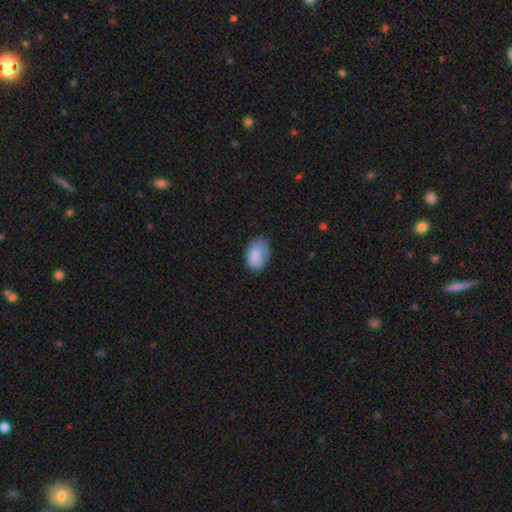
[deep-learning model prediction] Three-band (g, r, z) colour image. It shows a smooth galaxy with no disk features (84%) that is in between round and cigar-shaped (83%). Merging: none (54%).